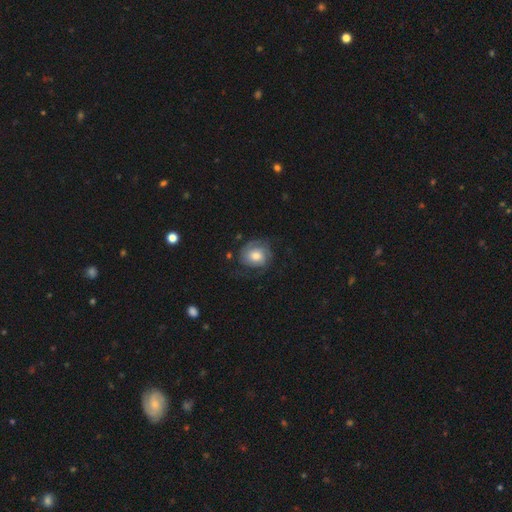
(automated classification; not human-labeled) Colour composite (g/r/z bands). It shows a featured or disk galaxy (68%) with no bar (74%), 2 (55%) tight (51%) spiral arms (91%) and a moderate central bulge (57%). Merging: none (65%).